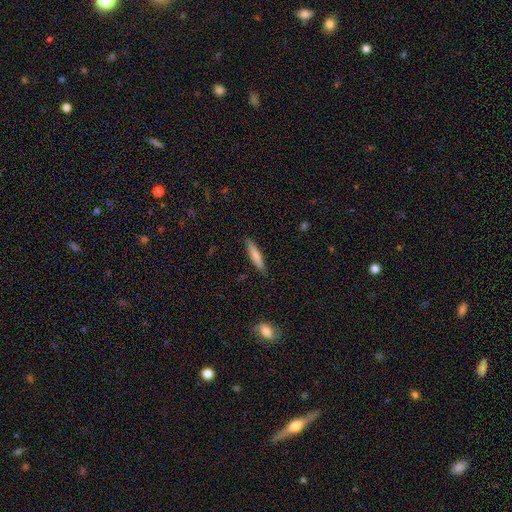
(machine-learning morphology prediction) smooth 75%, featured or disk 19%, star or artifact 6%. Down the decision tree: how rounded — cigar-shaped (88%); merging — none (87%).